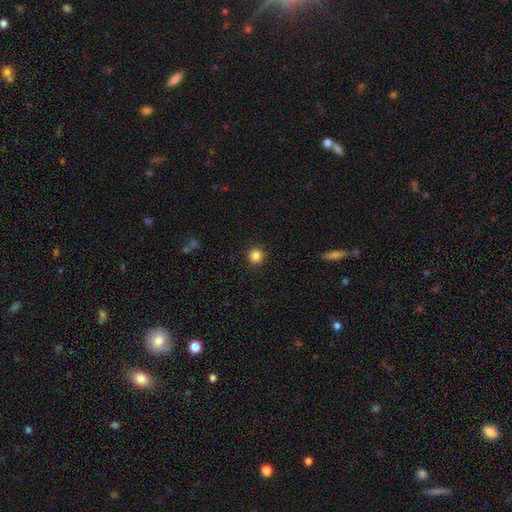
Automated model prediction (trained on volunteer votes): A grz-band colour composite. It shows a smooth galaxy with no disk features (85%) that is round (94%). Merging: none (91%).